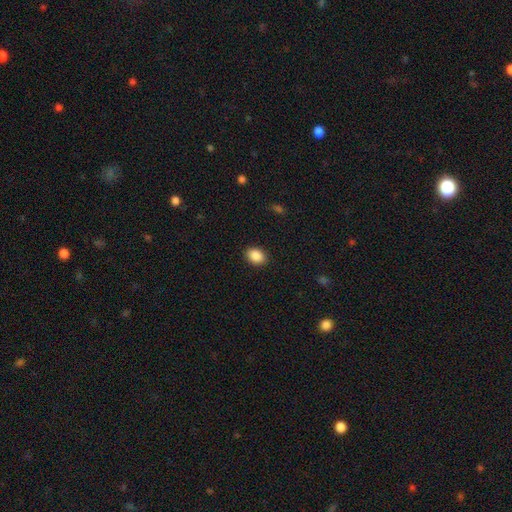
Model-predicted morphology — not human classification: This appears to be a smooth galaxy with no disk features (89%) that is in between round and cigar-shaped (68%). Merging: none (90%).